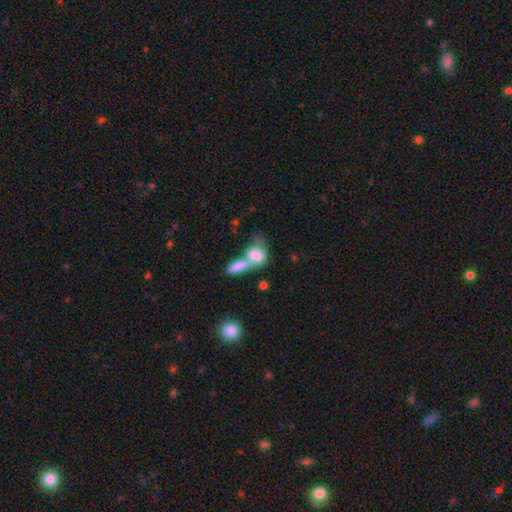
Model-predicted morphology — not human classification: Q: Smooth or featured?
A: smooth (78%); runner-up: featured or disk (15%)
Q: How rounded?
A: in between (67%); runner-up: round (27%)
Q: Merging?
A: merger (65%); runner-up: none (19%)